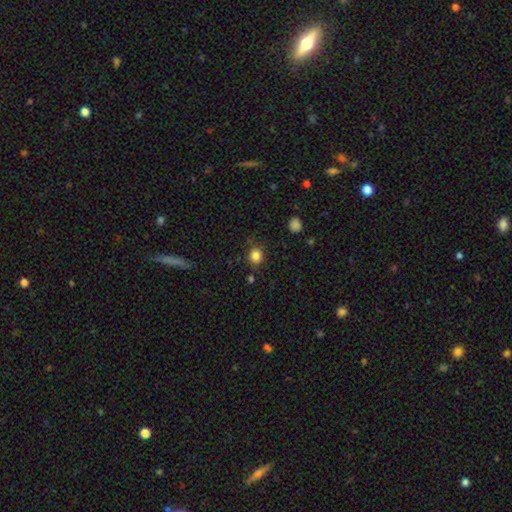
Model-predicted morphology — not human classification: Smooth or featured? smooth (84%)
How rounded? round (75%)
Merging? none (83%)